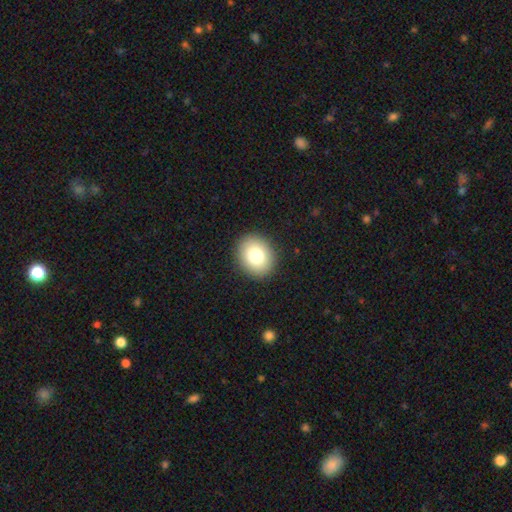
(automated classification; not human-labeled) smooth_or_featured: smooth (p=0.79) [alt: featured or disk p=0.11]
how_rounded: round (p=0.61) [alt: in between p=0.38]
merging: none (p=0.91) [alt: minor disturbance p=0.06]